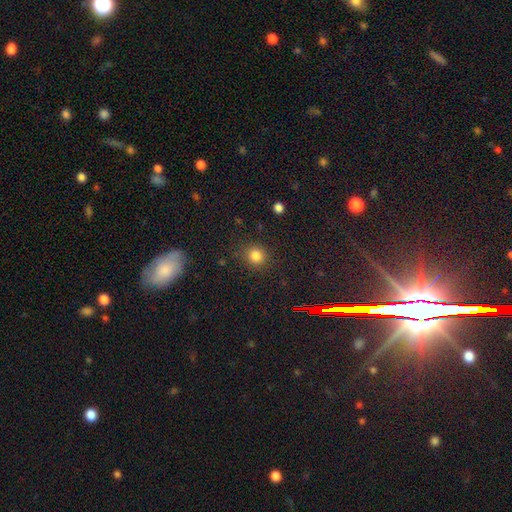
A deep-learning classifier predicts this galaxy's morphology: Smooth or featured? smooth (81%)
How rounded? round (86%)
Merging? none (85%)